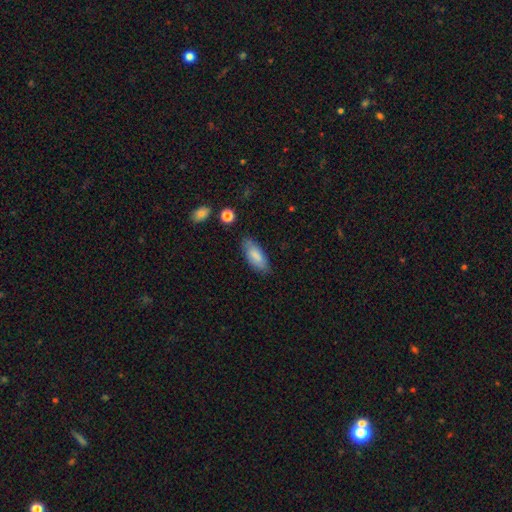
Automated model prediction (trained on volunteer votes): Smooth or featured? smooth (79%)
How rounded? in between (82%)
Merging? none (74%)